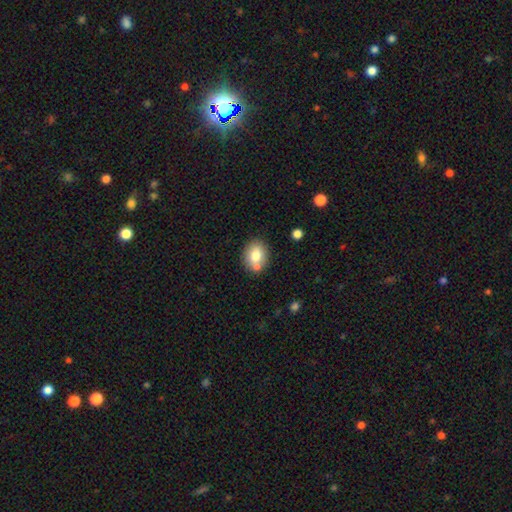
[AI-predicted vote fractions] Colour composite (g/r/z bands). It shows a smooth galaxy with no disk features (76%) that is in between round and cigar-shaped (57%). Merging: none (68%).